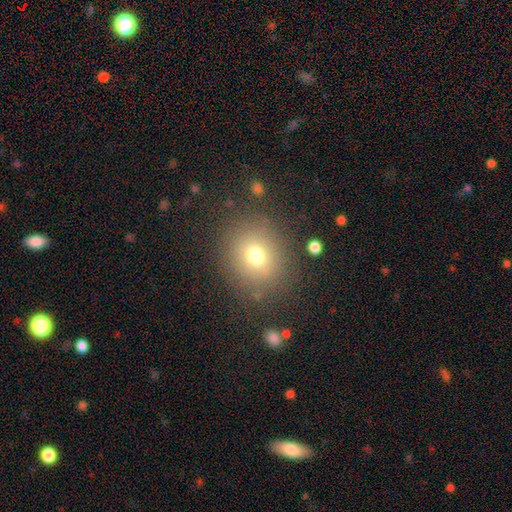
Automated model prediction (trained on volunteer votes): Overall: smooth (72%). How rounded: round (78%). Merging: none (84%).